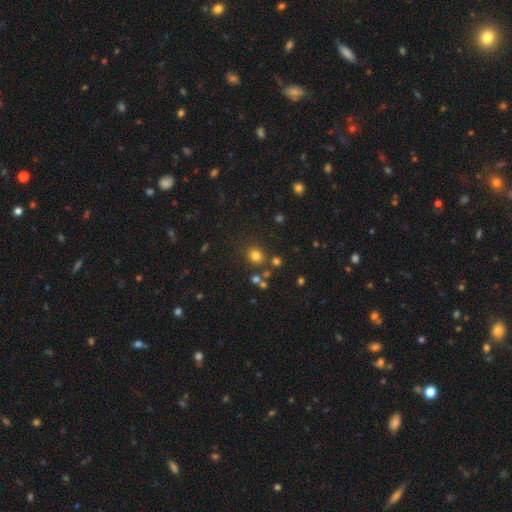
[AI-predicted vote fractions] A smooth galaxy with no disk features (76%) that is round (81%). Merging: none (80%).